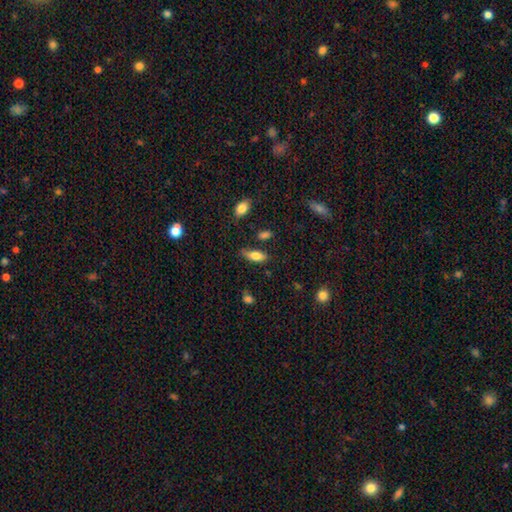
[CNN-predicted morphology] Overall: smooth (77%). How rounded: in between (73%). Merging: none (70%).